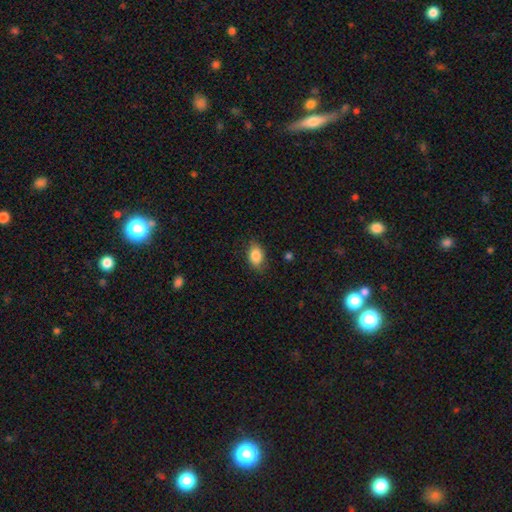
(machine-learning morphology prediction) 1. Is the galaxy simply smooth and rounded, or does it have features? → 86% smooth, 8% star or artifact, 6% featured or disk.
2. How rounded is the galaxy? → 84% in between, 15% round, 2% cigar-shaped.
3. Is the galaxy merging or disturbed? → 83% none, 13% minor disturbance, 3% major disturbance, 1% merger.